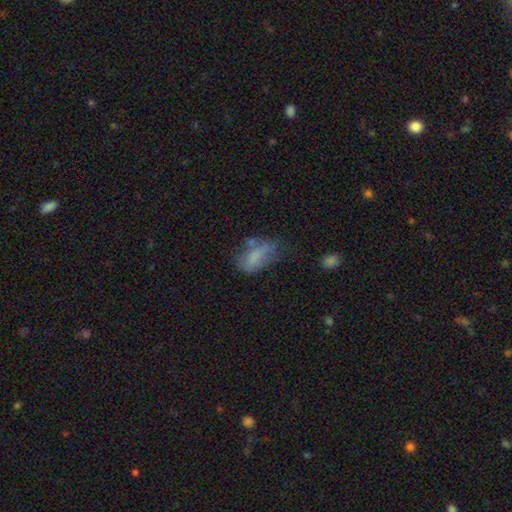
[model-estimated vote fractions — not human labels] Q: Smooth or featured?
A: smooth (69%); runner-up: featured or disk (21%)
Q: How rounded?
A: in between (88%); runner-up: cigar-shaped (7%)
Q: Merging?
A: none (35%); runner-up: minor disturbance (32%)